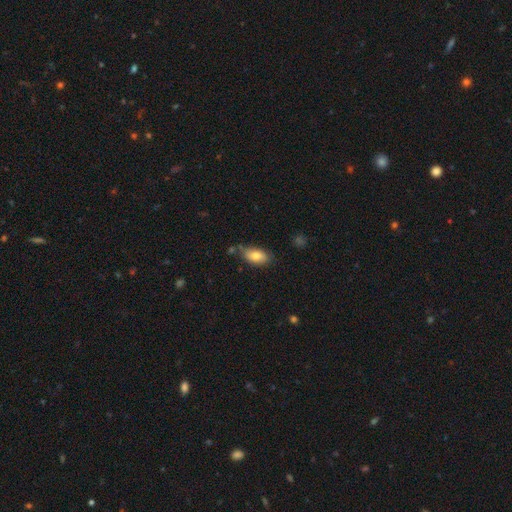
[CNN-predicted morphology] Overall: smooth (80%). How rounded: in between (90%). Merging: none (65%).